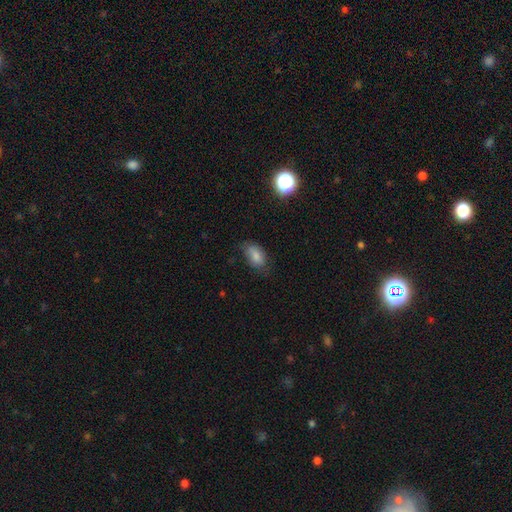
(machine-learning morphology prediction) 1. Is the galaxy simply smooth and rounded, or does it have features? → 80% smooth, 10% featured or disk, 9% star or artifact.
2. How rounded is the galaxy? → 90% in between, 7% round, 3% cigar-shaped.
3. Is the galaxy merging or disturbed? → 63% none, 28% minor disturbance, 8% major disturbance, 2% merger.